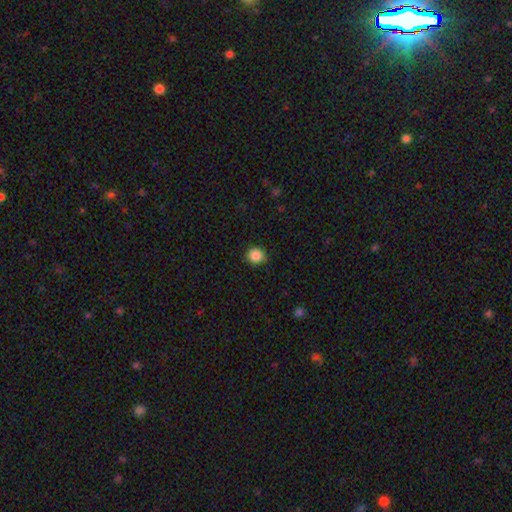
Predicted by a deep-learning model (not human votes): The model was most divided on "smooth or featured": smooth: 86%, star or artifact: 10%, featured or disk: 4%. More confident: how rounded — round (90%); merging — none (88%).